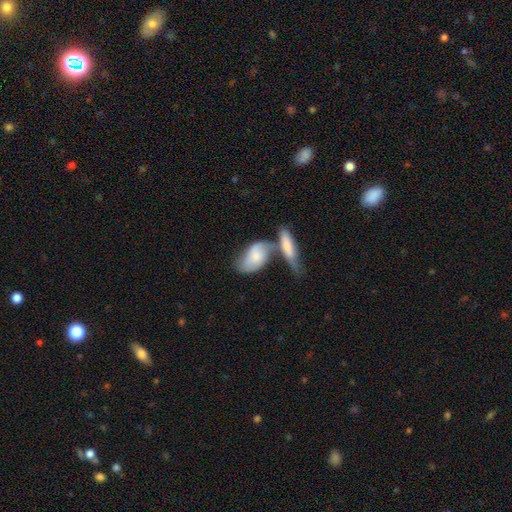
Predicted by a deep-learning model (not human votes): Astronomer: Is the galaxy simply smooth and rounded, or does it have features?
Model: smooth — 53% (runner-up: featured or disk, 41%).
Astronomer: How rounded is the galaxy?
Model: in between — 86%.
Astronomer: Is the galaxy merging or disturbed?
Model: merger — 52%.